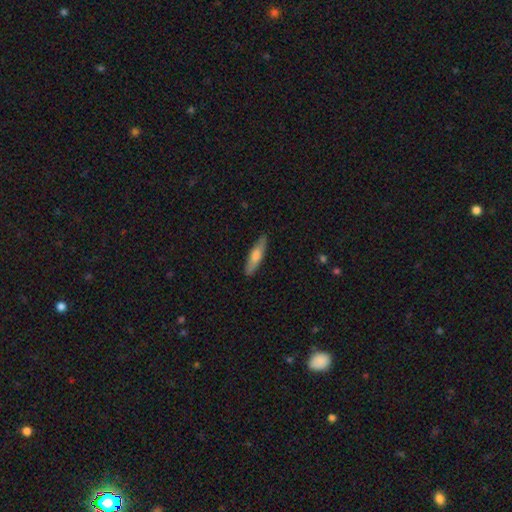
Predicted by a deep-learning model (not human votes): Smooth or featured? smooth (63%)
How rounded? cigar-shaped (73%)
Merging? none (88%)